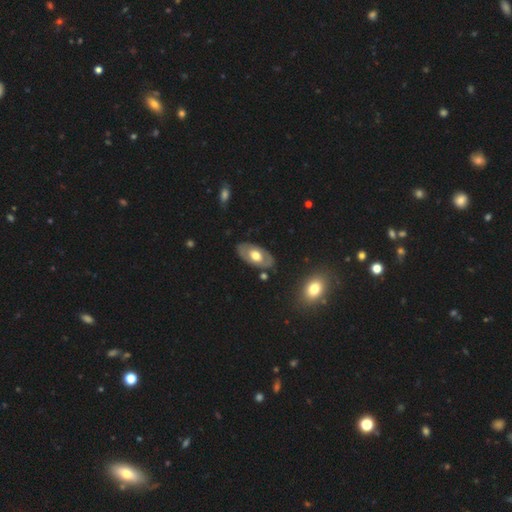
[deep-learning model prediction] smooth-or-featured: featured or disk: 54% | smooth: 40% | star or artifact: 5%
  disk-edge-on: no: 87% | yes: 13%
  merging: none: 82% | minor disturbance: 12% | major disturbance: 4% | merger: 2%